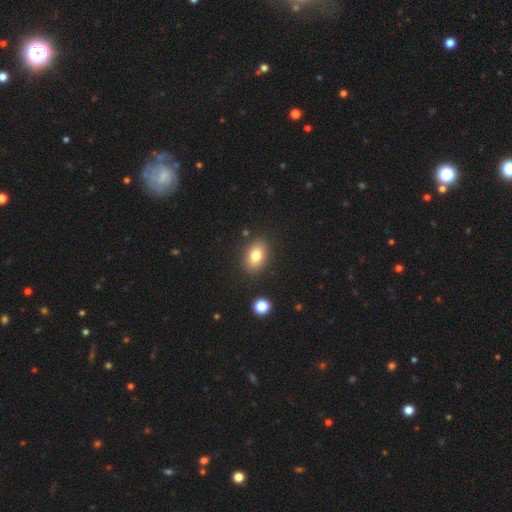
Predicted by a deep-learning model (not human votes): This is clearly a smooth galaxy (80%). How rounded: likely in between (79%). Merging: clearly none (86%).